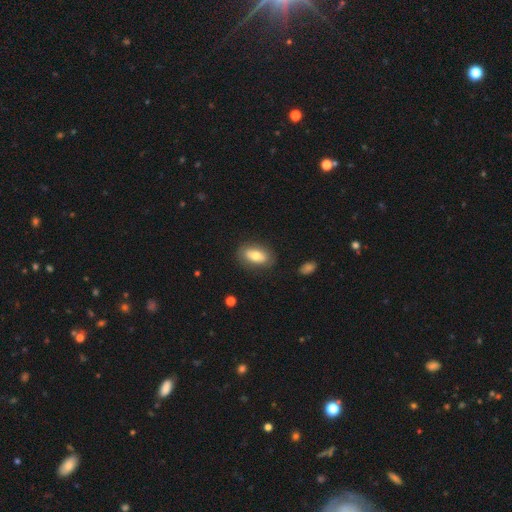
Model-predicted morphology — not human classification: smooth 69%, featured or disk 24%, star or artifact 7%. Down the decision tree: how rounded — in between (89%); merging — none (82%).